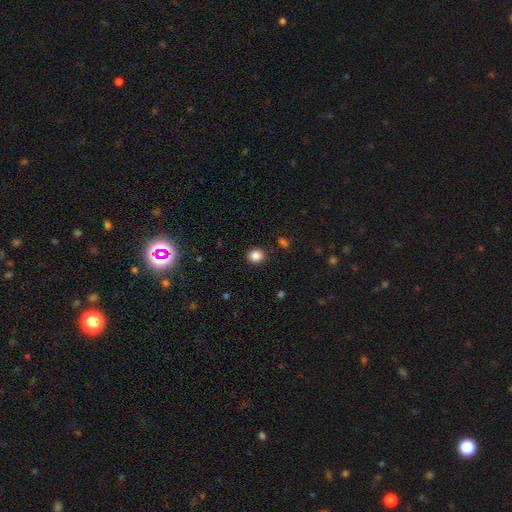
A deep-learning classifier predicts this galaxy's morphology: Smooth or featured? smooth (86%)
How rounded? round (76%)
Merging? none (89%)